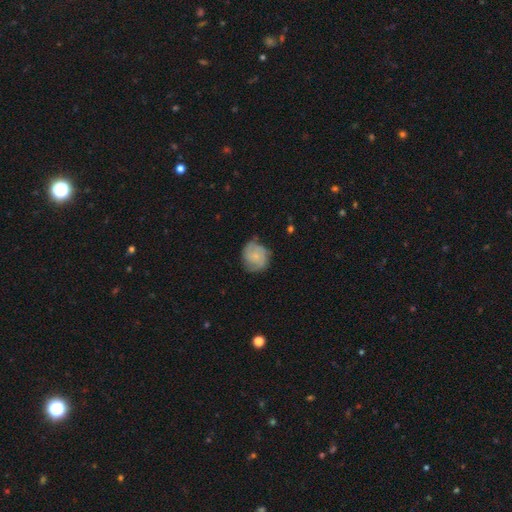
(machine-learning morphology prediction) This appears to be a smooth galaxy with no disk features (48%). Merging: none (65%).